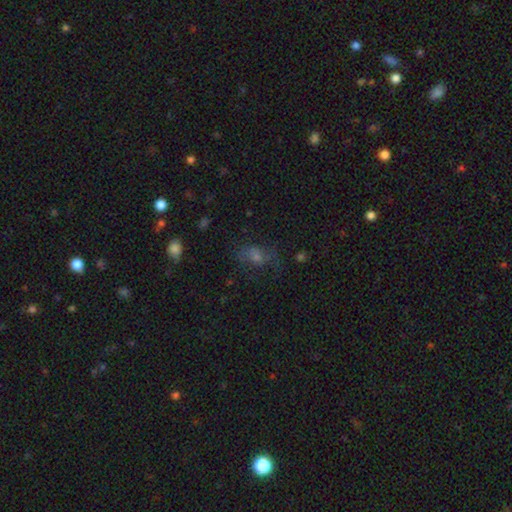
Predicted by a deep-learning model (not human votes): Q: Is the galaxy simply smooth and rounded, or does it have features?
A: smooth — 45%.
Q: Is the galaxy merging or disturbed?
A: none — 58%.